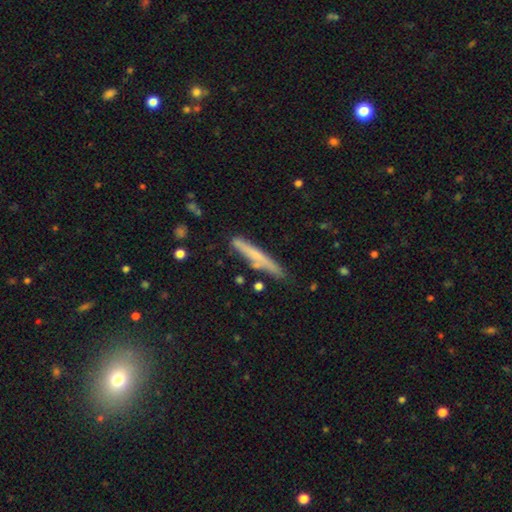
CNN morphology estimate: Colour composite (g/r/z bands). It shows a smooth galaxy with no disk features (56%) that is cigar-shaped (95%). Merging: none (76%).